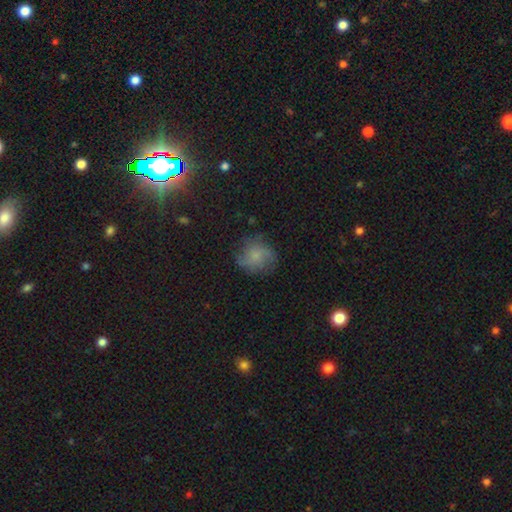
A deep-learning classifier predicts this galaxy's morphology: Overall: smooth (44%, tied with featured or disk). Merging: none (68%).